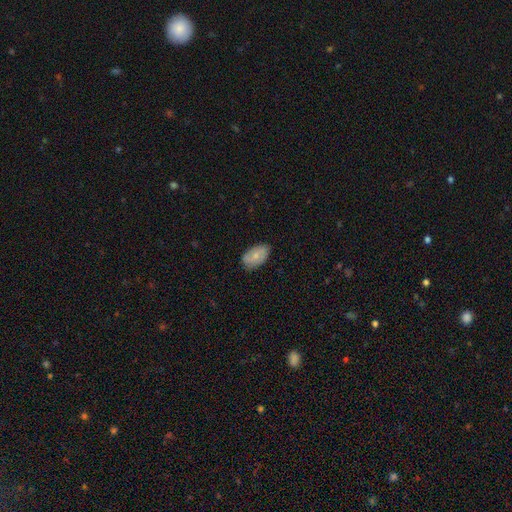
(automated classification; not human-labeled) Smooth or featured? Predicted: smooth (p=0.60). How rounded? Predicted: in between (p=0.92). Merging? Predicted: none (p=0.78).